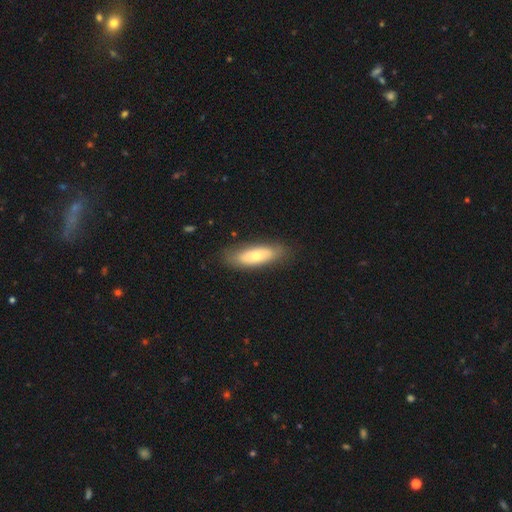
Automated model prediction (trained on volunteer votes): A smooth galaxy with no disk features (65%) that is in between round and cigar-shaped (69%).

Vote fractions:
- Smooth or featured? smooth: 65% / featured or disk: 29% / star or artifact: 6%
- How rounded? in between: 69% / cigar-shaped: 29% / round: 2%
- Merging? none: 79% / minor disturbance: 16% / major disturbance: 4% / merger: 1%